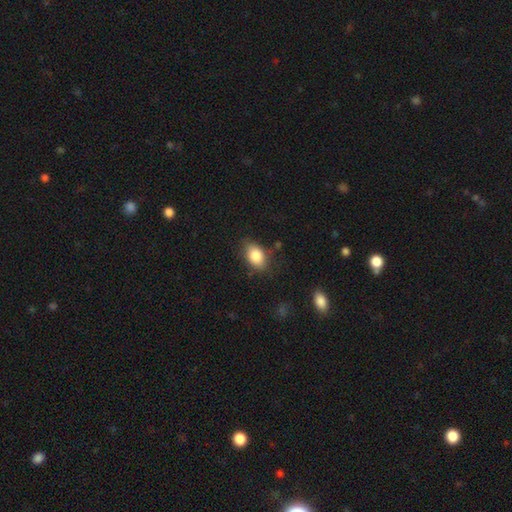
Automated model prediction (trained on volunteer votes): Q: Smooth or featured?
A: smooth (85%); runner-up: featured or disk (8%)
Q: How rounded?
A: in between (86%); runner-up: round (13%)
Q: Merging?
A: none (78%); runner-up: minor disturbance (16%)